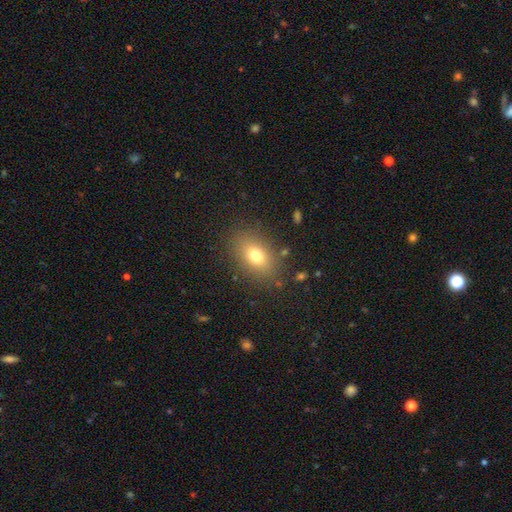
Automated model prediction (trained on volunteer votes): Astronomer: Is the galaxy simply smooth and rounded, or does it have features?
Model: smooth — 75%.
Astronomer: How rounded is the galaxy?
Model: in between — 80%.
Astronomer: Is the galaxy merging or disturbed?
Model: none — 83%.